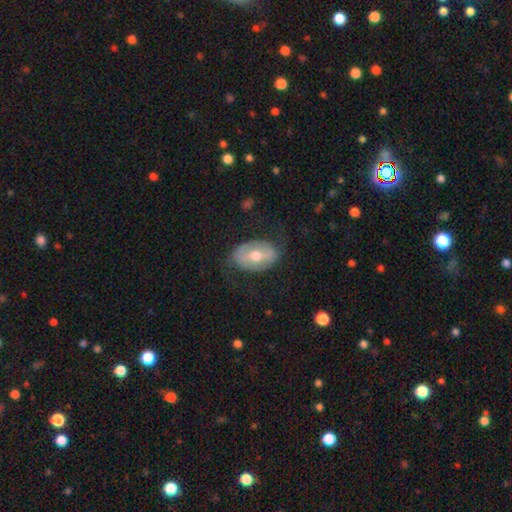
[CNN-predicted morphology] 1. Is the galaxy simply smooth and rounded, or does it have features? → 56% featured or disk, 37% smooth, 6% star or artifact.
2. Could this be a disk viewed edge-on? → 92% no, 8% yes.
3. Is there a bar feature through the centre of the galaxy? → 39% strong, 36% weak, 25% no.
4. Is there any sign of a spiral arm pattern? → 57% no, 43% yes.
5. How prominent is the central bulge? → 75% moderate, 16% small, 7% large, 1% none, 1% dominant.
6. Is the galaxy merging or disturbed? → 71% none, 19% minor disturbance, 9% major disturbance, 1% merger.